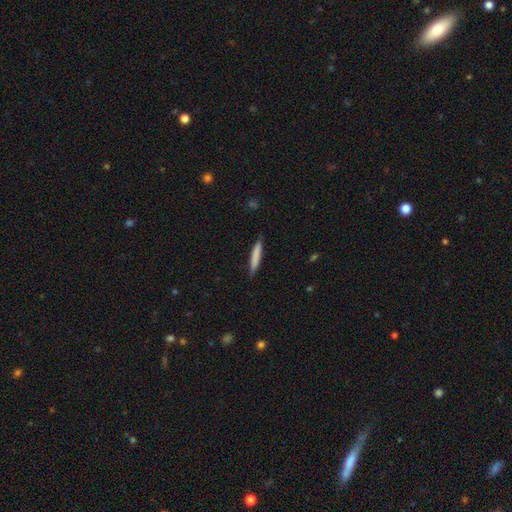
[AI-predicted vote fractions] smooth-or-featured: smooth: 81% | featured or disk: 13% | star or artifact: 6%
  how-rounded: cigar-shaped: 92% | in between: 7% | round: 1%
  merging: none: 86% | minor disturbance: 11% | major disturbance: 2% | merger: 1%